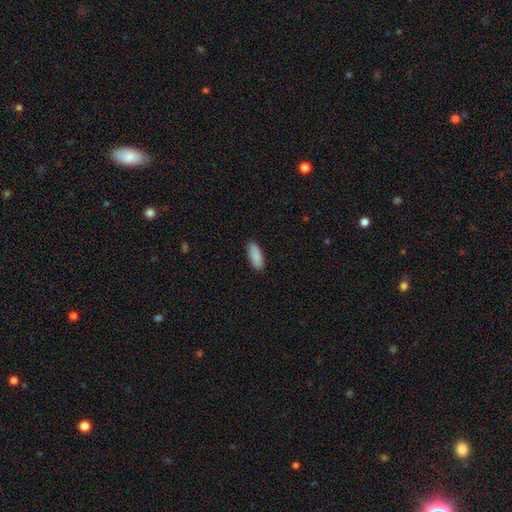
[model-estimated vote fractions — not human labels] Smooth or featured? smooth (89%)
How rounded? in between (66%)
Merging? none (87%)